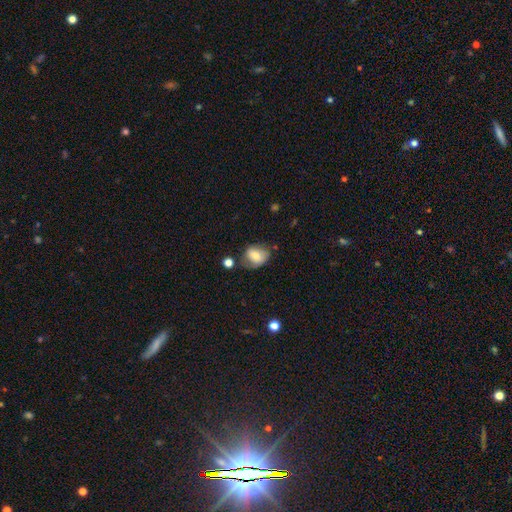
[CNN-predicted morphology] Smooth or featured? Predicted: smooth (p=0.65). How rounded? Predicted: in between (p=0.58). Merging? Predicted: none (p=0.53).